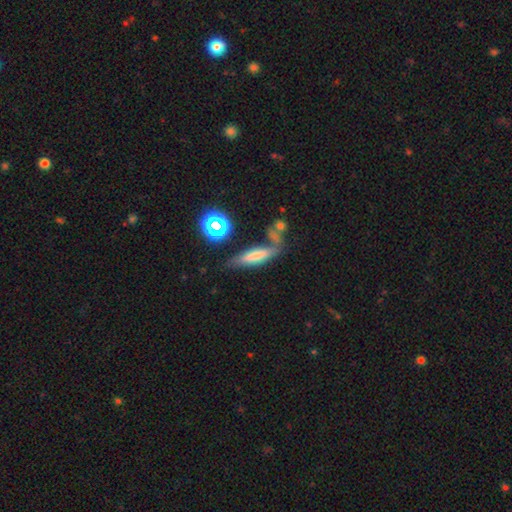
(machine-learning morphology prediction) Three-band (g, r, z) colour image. It shows a smooth galaxy with no disk features (62%) that is cigar-shaped (68%). Merging: none (54%).